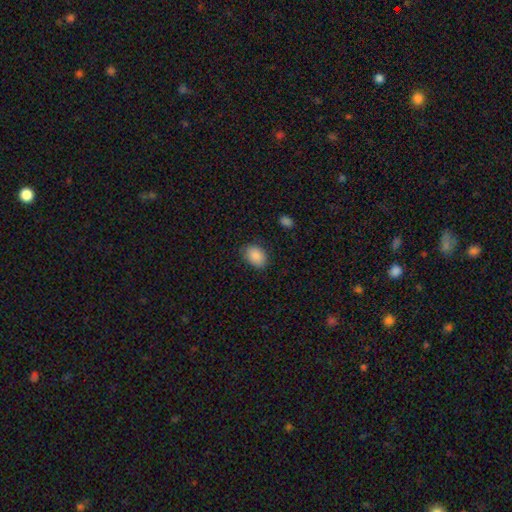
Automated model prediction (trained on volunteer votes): Morphology: type=smooth (89%); roundness=in between (80%); merging=none (83%).